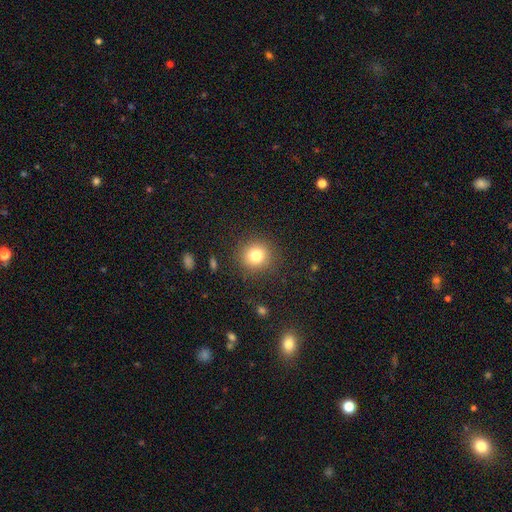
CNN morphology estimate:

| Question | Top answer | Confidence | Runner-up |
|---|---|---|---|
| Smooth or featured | smooth | 79% | star or artifact (12%) |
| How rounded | round | 90% | in between (9%) |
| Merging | none | 88% | minor disturbance (7%) |